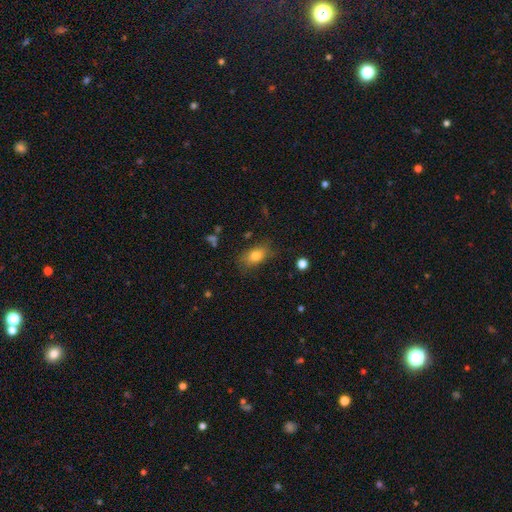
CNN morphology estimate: smooth_or_featured: smooth (p=0.79) [alt: featured or disk p=0.11]
how_rounded: in between (p=0.84) [alt: round p=0.12]
merging: none (p=0.75) [alt: minor disturbance p=0.18]